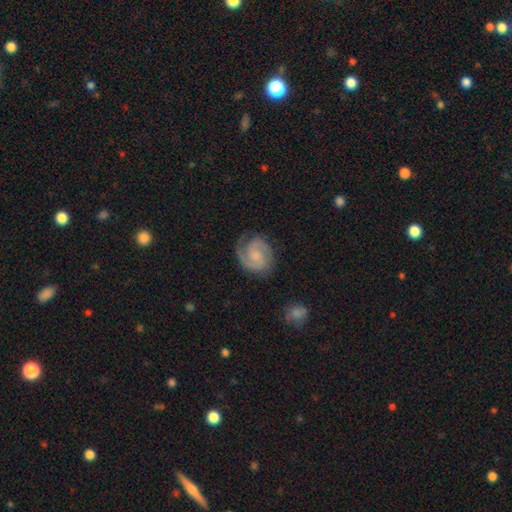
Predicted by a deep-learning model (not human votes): Smooth or featured?
  - featured or disk: 85% *
  - smooth: 10%
  - star or artifact: 5%
Edge-on disk?
  - no: 98% *
  - yes: 2%
Bar?
  - no: 60% *
  - weak: 34%
  - strong: 5%
Spiral arms?
  - yes: 98% *
  - no: 2%
Spiral winding?
  - tight: 54% *
  - medium: 39%
  - loose: 7%
Spiral arm count?
  - 2: 83% *
  - can't tell: 5%
  - 3: 5%
  - 1: 5%
  - 4: 1%
  - more than 4: 1%
Bulge size?
  - small: 42% *
  - moderate: 30%
  - none: 23%
  - large: 4%
  - dominant: 1%
Merging?
  - none: 77% *
  - minor disturbance: 16%
  - major disturbance: 6%
  - merger: 1%